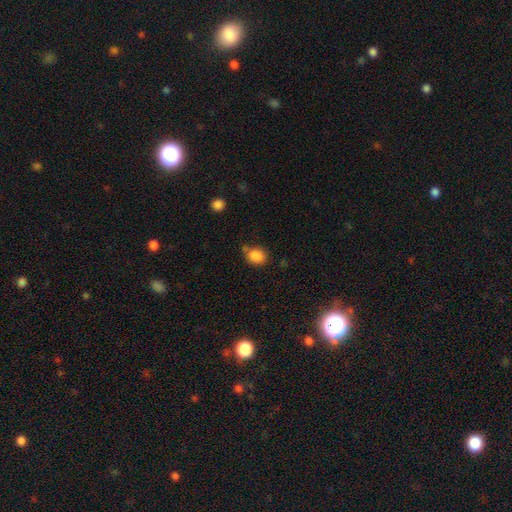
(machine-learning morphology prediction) Smooth or featured? smooth (85%)
How rounded? round (51%)
Merging? none (61%)